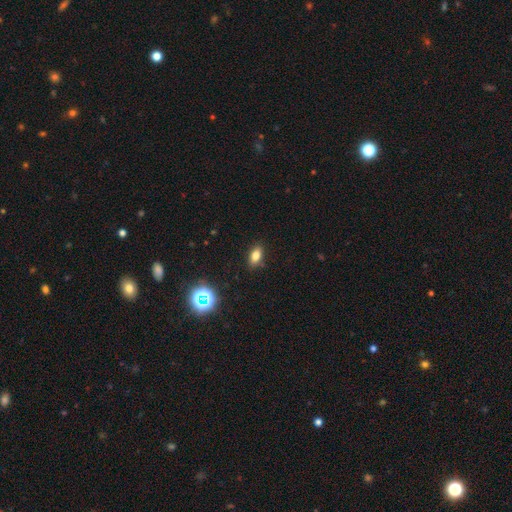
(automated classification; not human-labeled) This appears to be a smooth galaxy with no disk features (77%) that is in between round and cigar-shaped (84%). Merging: none (88%).